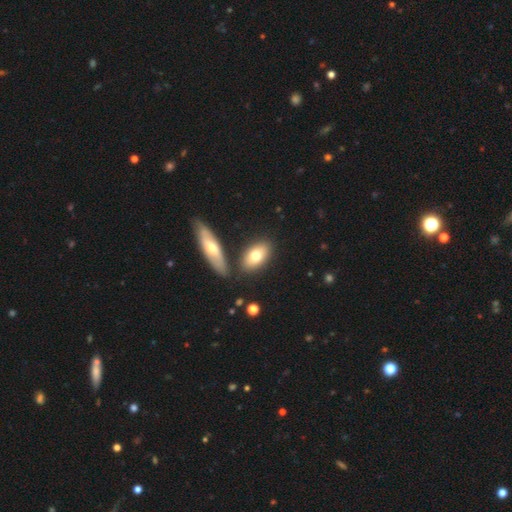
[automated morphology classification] Smooth or featured? Predicted: smooth (p=0.72). How rounded? Predicted: in between (p=0.87). Merging? Predicted: none (p=0.75).